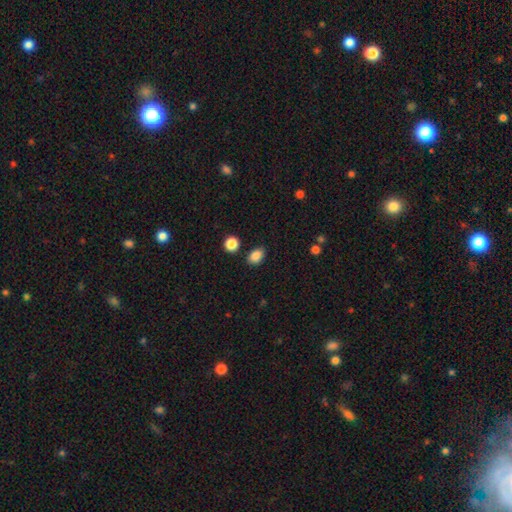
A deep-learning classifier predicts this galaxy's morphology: This appears to be a smooth galaxy with no disk features (86%) that is in between round and cigar-shaped (78%). Merging: none (79%).